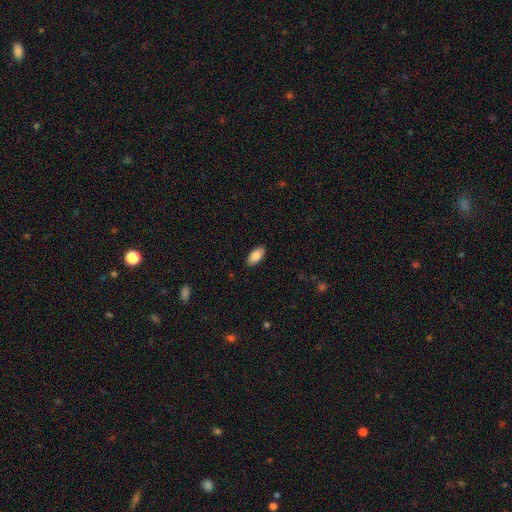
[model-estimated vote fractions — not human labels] A smooth galaxy with no disk features (85%) that is in between round and cigar-shaped (92%).

Vote fractions:
- Smooth or featured? smooth: 85% / featured or disk: 9% / star or artifact: 6%
- How rounded? in between: 92% / cigar-shaped: 6% / round: 2%
- Merging? none: 88% / minor disturbance: 9% / major disturbance: 2% / merger: 1%